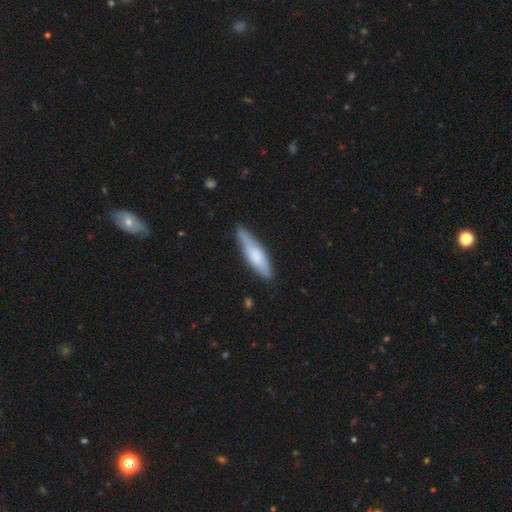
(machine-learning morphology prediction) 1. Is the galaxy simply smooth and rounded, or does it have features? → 66% smooth, 29% featured or disk, 6% star or artifact.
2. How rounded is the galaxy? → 71% cigar-shaped, 27% in between, 2% round.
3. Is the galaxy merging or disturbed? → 75% none, 20% minor disturbance, 3% major disturbance, 2% merger.